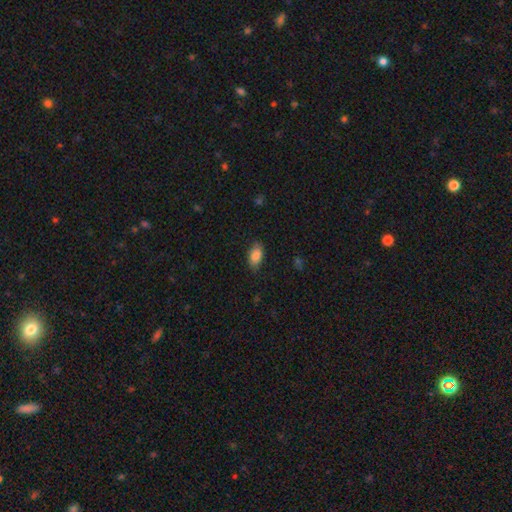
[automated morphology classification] Smooth or featured?
  - smooth: 86% *
  - star or artifact: 7%
  - featured or disk: 7%
How rounded?
  - in between: 91% *
  - round: 5%
  - cigar-shaped: 4%
Merging?
  - none: 81% *
  - minor disturbance: 15%
  - major disturbance: 3%
  - merger: 1%